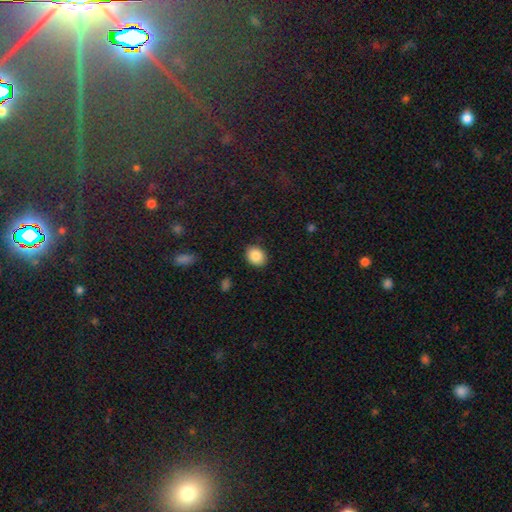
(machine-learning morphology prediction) This is clearly a smooth galaxy (86%). How rounded: possibly round (51%). Merging: clearly none (89%).